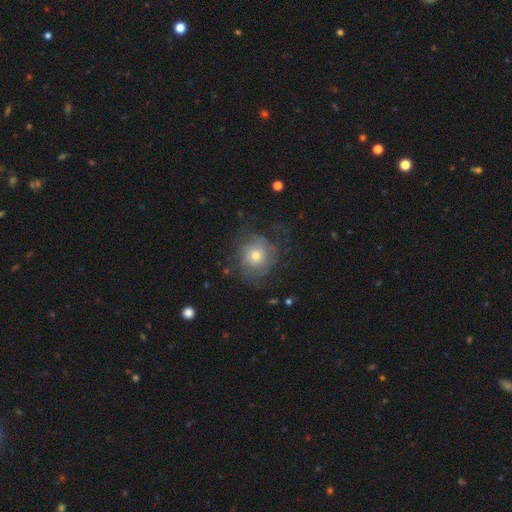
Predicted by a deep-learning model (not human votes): Q: Smooth or featured?
A: featured or disk (45%); tied with: smooth (45%)
Q: Merging?
A: none (59%); runner-up: minor disturbance (21%)